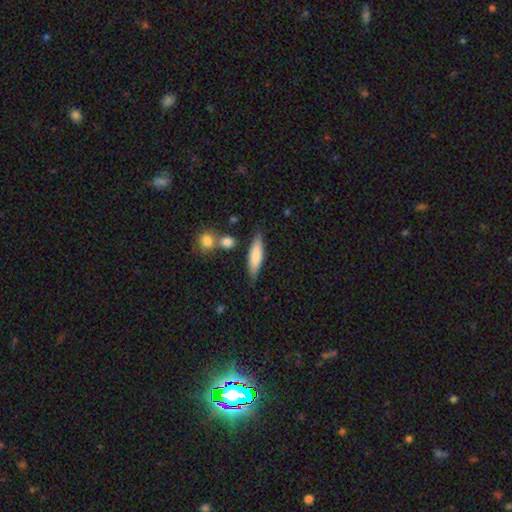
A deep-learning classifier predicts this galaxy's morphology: type=smooth (76%); roundness=cigar-shaped (68%); merging=none (77%).